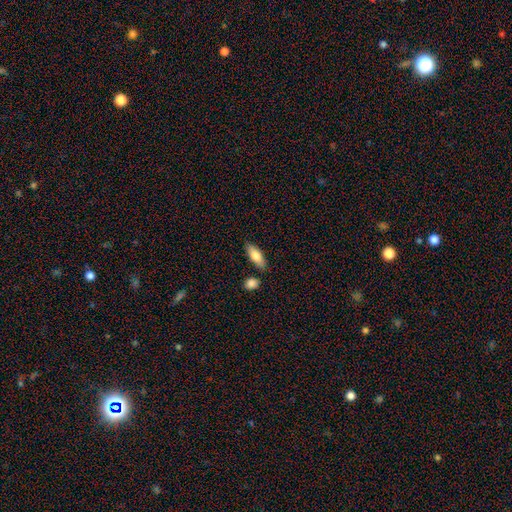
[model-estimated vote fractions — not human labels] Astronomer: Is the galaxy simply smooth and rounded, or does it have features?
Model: smooth — 79%.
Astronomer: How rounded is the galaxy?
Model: in between — 70%.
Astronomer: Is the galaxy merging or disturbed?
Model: none — 81%.